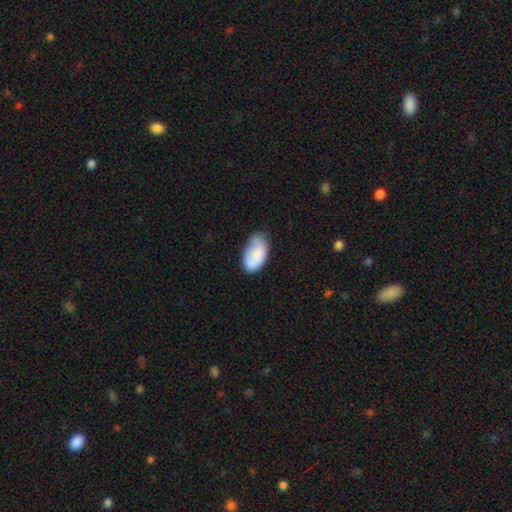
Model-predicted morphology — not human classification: The model was most divided on "merging": none: 49%, minor disturbance: 36%, major disturbance: 10%, merger: 5%. More confident: how rounded — in between (94%); smooth or featured — smooth (79%).